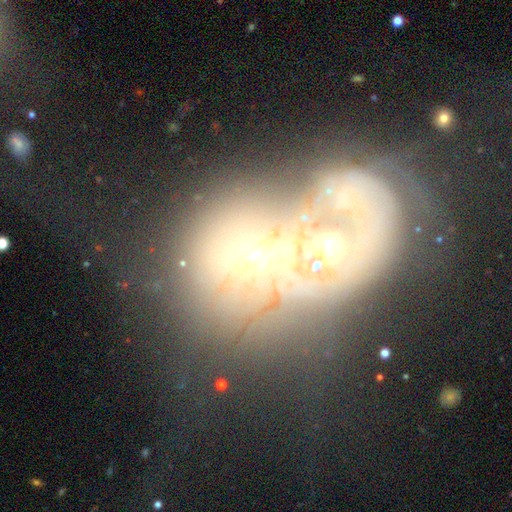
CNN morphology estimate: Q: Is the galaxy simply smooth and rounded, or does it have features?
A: featured or disk — 48%.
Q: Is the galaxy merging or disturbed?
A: merger — 60%.